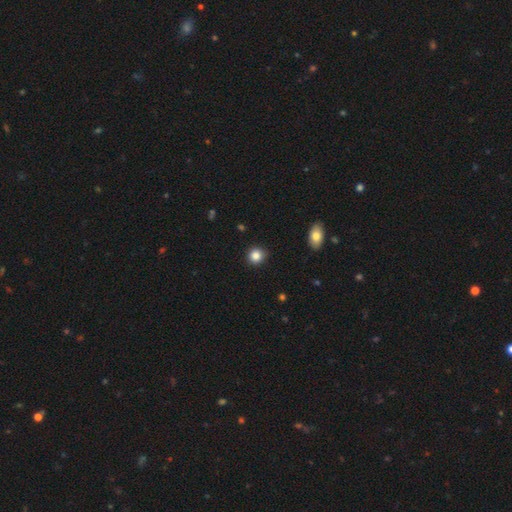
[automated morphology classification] This appears to be a smooth galaxy with no disk features (85%) that is round (91%). Merging: none (91%).